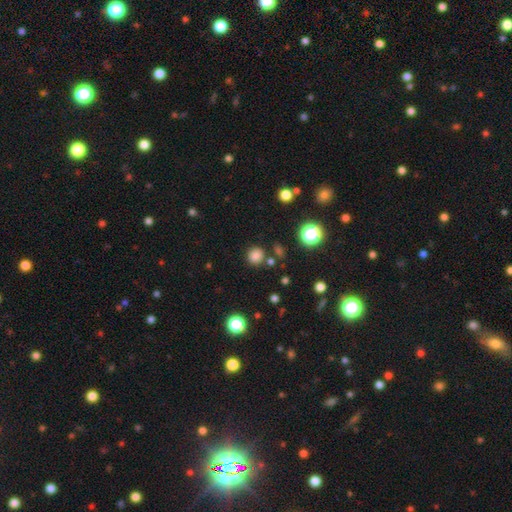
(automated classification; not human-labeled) smooth 79%, star or artifact 16%, featured or disk 4%. Down the decision tree: how rounded — round (89%); merging — none (82%).